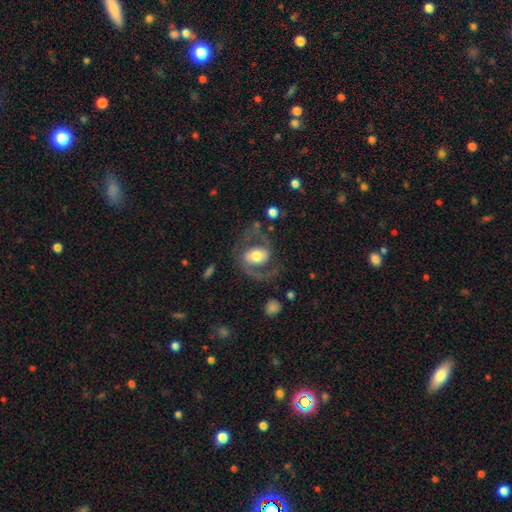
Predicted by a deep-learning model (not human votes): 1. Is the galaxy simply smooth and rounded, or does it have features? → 79% featured or disk, 15% smooth, 6% star or artifact.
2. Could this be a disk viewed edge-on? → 97% no, 3% yes.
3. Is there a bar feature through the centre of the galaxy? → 48% no, 34% weak, 18% strong.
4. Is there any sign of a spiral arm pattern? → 89% yes, 11% no.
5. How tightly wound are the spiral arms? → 58% medium, 26% loose, 16% tight.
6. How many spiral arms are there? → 91% 2, 3% can't tell, 3% 1, 1% 3, 1% 4, 1% more than 4.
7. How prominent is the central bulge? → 58% moderate, 28% large, 9% small, 3% dominant, 1% none.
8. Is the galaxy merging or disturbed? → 71% none, 14% minor disturbance, 13% major disturbance, 2% merger.